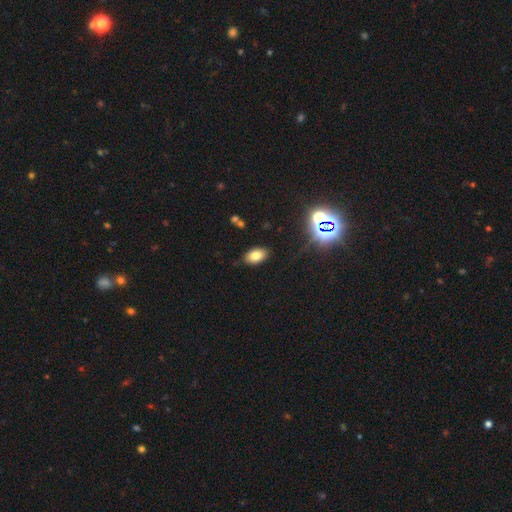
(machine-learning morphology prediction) Smooth or featured? Predicted: smooth (p=0.77). How rounded? Predicted: in between (p=0.92). Merging? Predicted: none (p=0.86).